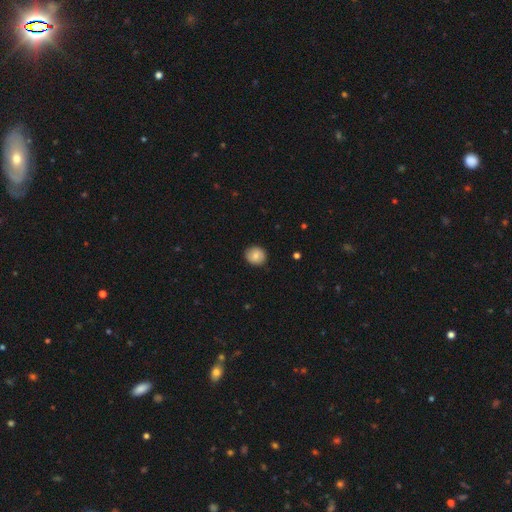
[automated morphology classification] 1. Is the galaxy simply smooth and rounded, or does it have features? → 80% smooth, 11% featured or disk, 8% star or artifact.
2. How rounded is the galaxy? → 79% round, 20% in between, 1% cigar-shaped.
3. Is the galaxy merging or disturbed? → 87% none, 9% minor disturbance, 2% major disturbance, 1% merger.